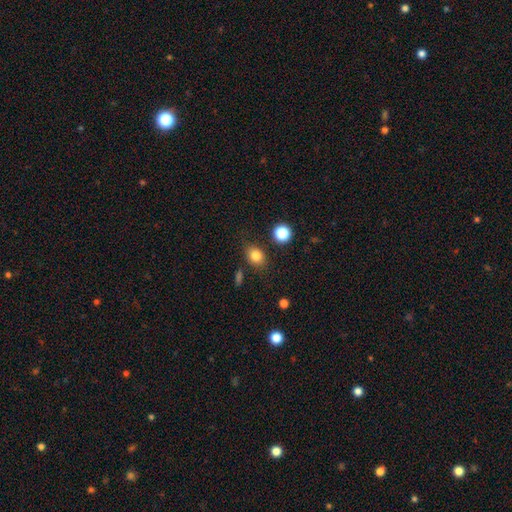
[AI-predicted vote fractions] Morphology: type=smooth (81%); roundness=in between (53%); merging=none (81%).